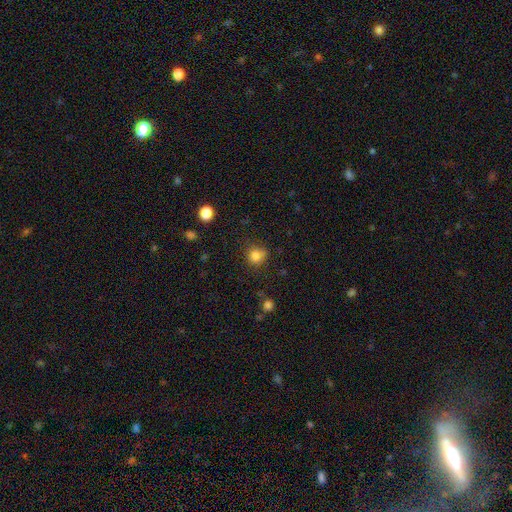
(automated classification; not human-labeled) Smooth or featured? Predicted: smooth (p=0.82). How rounded? Predicted: round (p=0.87). Merging? Predicted: none (p=0.70).